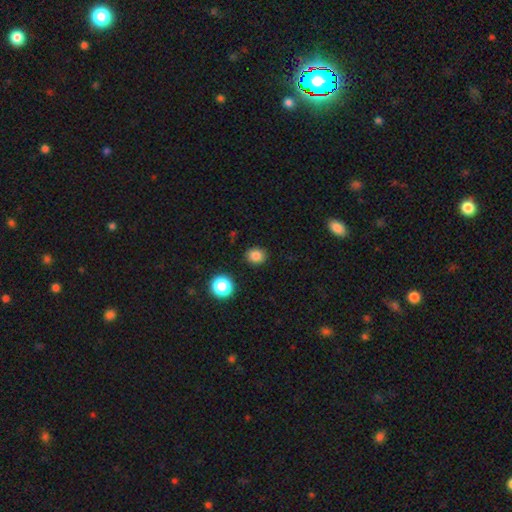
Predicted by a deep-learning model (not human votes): Smooth or featured?
  - smooth: 84% *
  - star or artifact: 12%
  - featured or disk: 4%
How rounded?
  - round: 77% *
  - in between: 22%
  - cigar-shaped: 1%
Merging?
  - none: 89% *
  - minor disturbance: 7%
  - major disturbance: 2%
  - merger: 2%